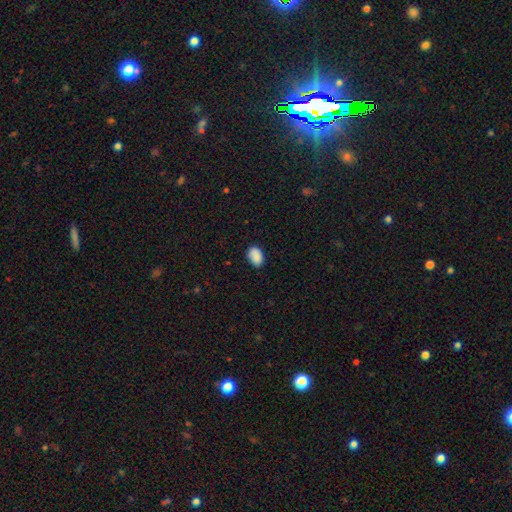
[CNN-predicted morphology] smooth_or_featured: smooth (p=0.88) [alt: star or artifact p=0.08]
how_rounded: in between (p=0.86) [alt: round p=0.13]
merging: none (p=0.75) [alt: minor disturbance p=0.21]